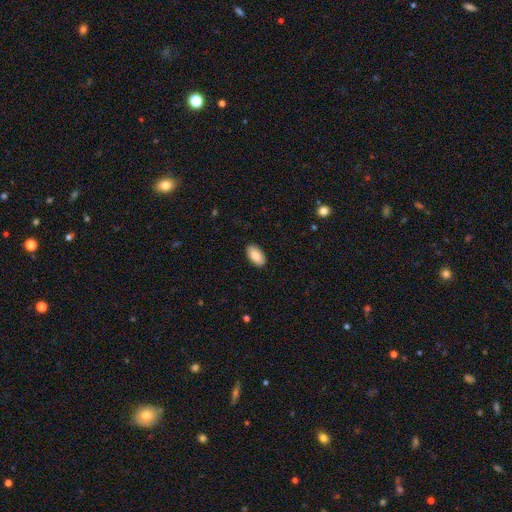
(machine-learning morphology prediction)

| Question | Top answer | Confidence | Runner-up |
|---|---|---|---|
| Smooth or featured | smooth | 89% | star or artifact (6%) |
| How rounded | in between | 95% | round (3%) |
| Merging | none | 88% | minor disturbance (9%) |